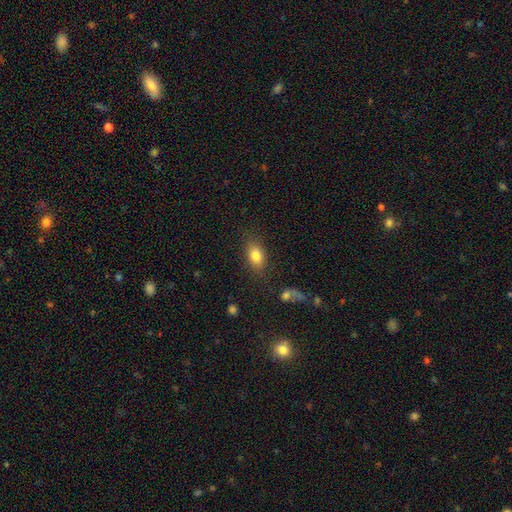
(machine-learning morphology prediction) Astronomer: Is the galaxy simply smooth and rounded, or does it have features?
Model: smooth — 82%.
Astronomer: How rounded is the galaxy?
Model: in between — 84%.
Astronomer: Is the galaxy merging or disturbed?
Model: none — 80%.